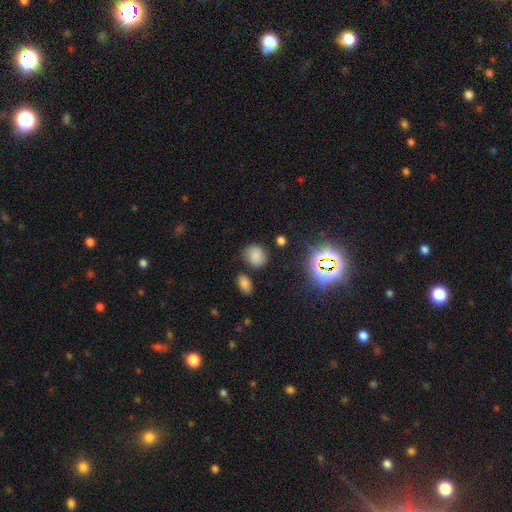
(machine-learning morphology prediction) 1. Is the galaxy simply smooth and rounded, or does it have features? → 72% smooth, 18% star or artifact, 10% featured or disk.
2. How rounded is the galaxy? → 69% round, 30% in between, 1% cigar-shaped.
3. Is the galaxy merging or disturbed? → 75% none, 16% minor disturbance, 5% merger, 5% major disturbance.